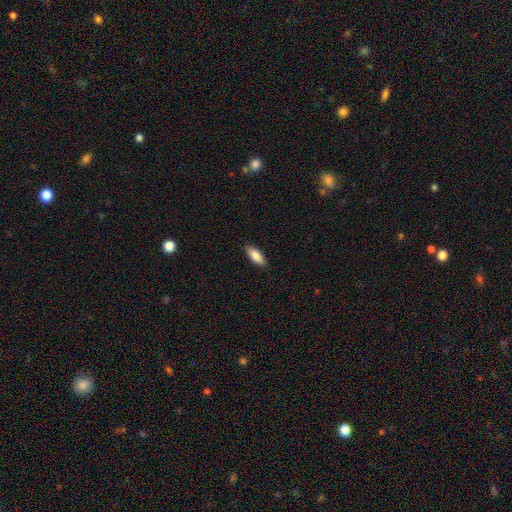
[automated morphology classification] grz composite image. It shows a smooth galaxy with no disk features (86%) that is in between round and cigar-shaped (71%). Merging: none (88%).